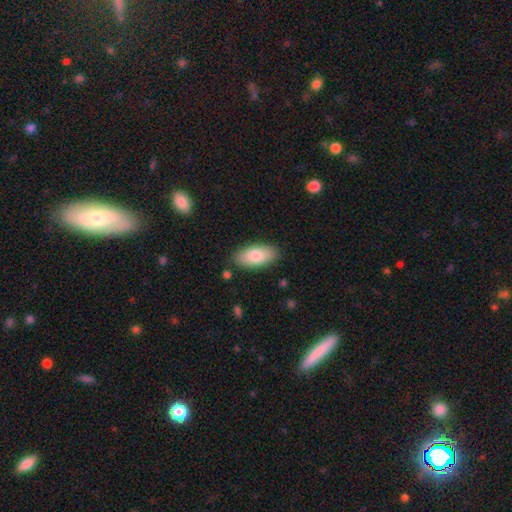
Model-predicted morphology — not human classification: A smooth galaxy with no disk features (82%) that is in between round and cigar-shaped (91%).

Vote fractions:
- Smooth or featured? smooth: 82% / featured or disk: 12% / star or artifact: 6%
- How rounded? in between: 91% / cigar-shaped: 7% / round: 2%
- Merging? none: 85% / minor disturbance: 11% / major disturbance: 2% / merger: 2%